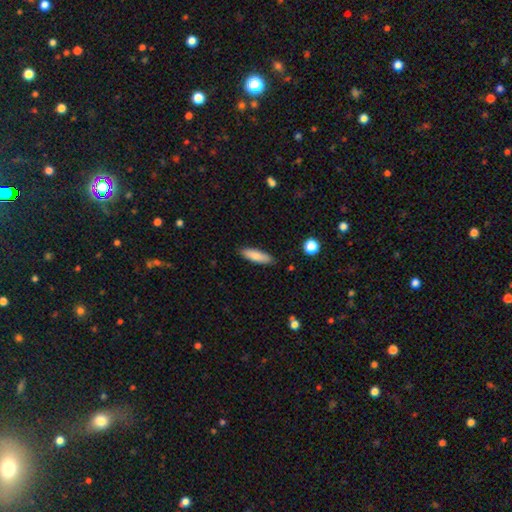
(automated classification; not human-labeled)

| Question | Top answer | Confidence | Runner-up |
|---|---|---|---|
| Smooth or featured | smooth | 81% | featured or disk (13%) |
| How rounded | cigar-shaped | 55% | in between (44%) |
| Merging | none | 86% | minor disturbance (11%) |